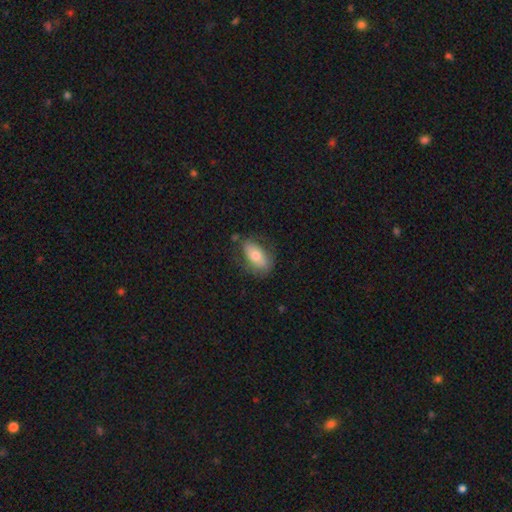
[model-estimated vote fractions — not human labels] This appears to be a smooth galaxy with no disk features (62%) that is in between round and cigar-shaped (90%). Merging: none (65%).